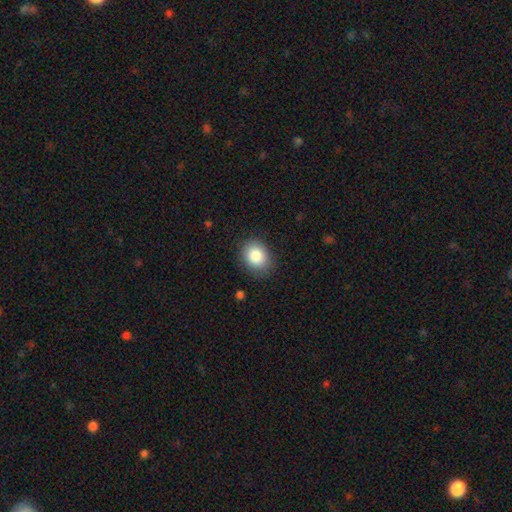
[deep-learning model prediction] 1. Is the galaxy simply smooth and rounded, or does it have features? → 85% smooth, 9% star or artifact, 6% featured or disk.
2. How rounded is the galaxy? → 55% round, 45% in between, 1% cigar-shaped.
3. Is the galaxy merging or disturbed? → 84% none, 12% minor disturbance, 3% major disturbance, 1% merger.